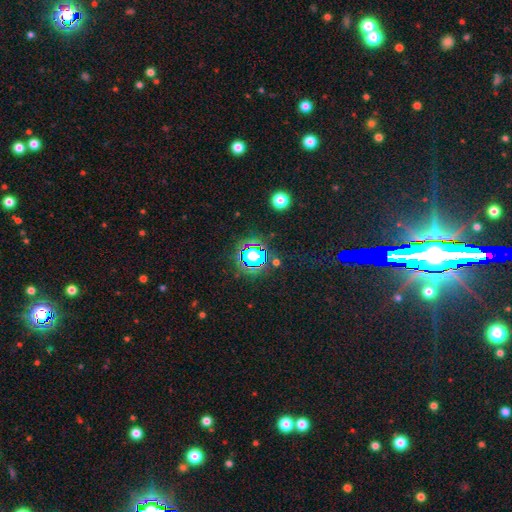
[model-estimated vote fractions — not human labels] Q: Smooth or featured?
A: star or artifact (81%); runner-up: featured or disk (9%)